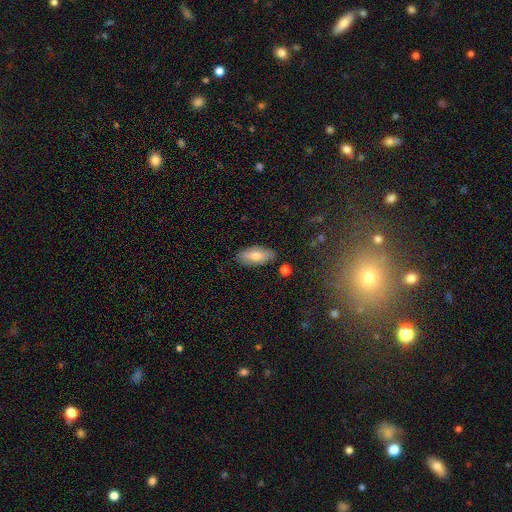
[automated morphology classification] Smooth or featured? smooth (69%)
How rounded? in between (86%)
Merging? none (83%)